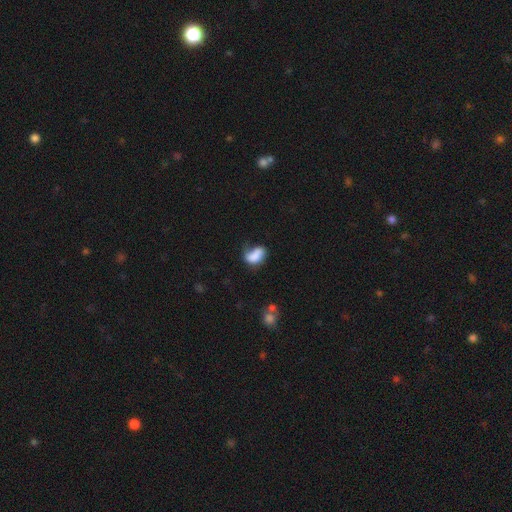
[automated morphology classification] A smooth galaxy with no disk features (77%) that is in between round and cigar-shaped (88%).

Vote fractions:
- Smooth or featured? smooth: 77% / featured or disk: 14% / star or artifact: 9%
- How rounded? in between: 88% / round: 10% / cigar-shaped: 2%
- Merging? minor disturbance: 34% / none: 33% / major disturbance: 25% / merger: 8%